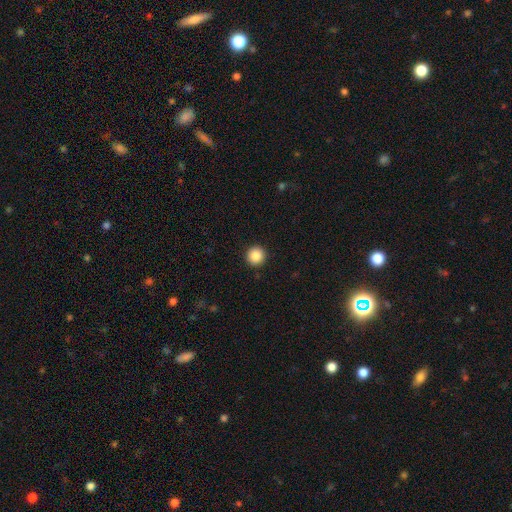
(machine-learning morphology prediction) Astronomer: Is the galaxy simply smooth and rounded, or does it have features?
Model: smooth — 88%.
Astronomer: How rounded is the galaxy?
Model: round — 96%.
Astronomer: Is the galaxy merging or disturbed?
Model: none — 93%.